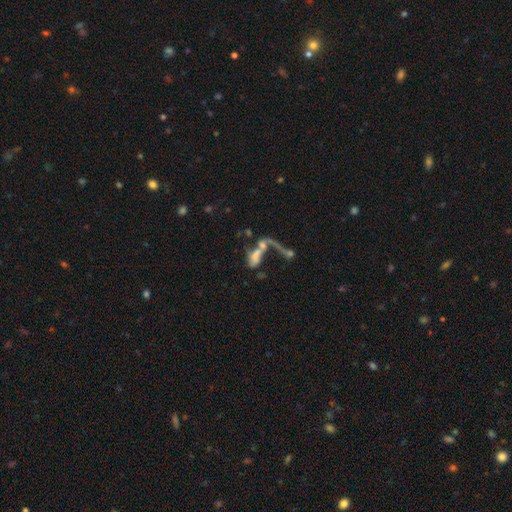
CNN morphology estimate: Smooth or featured? featured or disk (44%)
Merging? merger (56%)